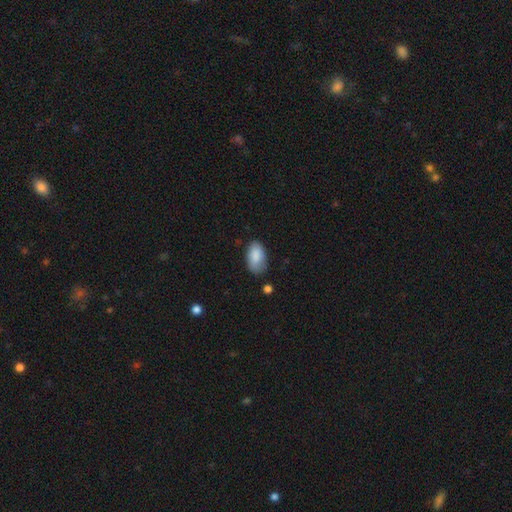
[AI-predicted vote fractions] smooth_or_featured: smooth (p=0.87) [alt: featured or disk p=0.07]
how_rounded: in between (p=0.94) [alt: round p=0.04]
merging: none (p=0.72) [alt: minor disturbance p=0.21]